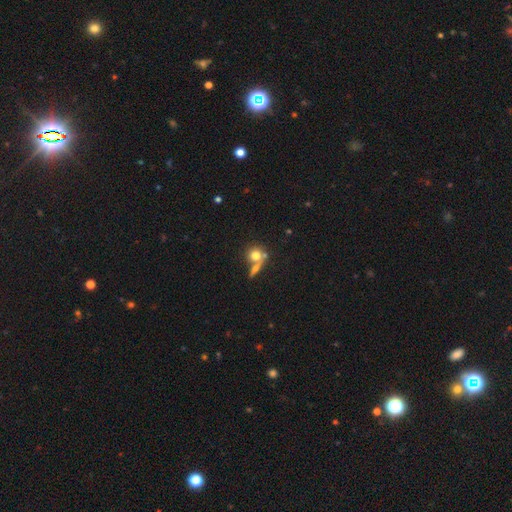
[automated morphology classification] smooth_or_featured: smooth (p=0.72) [alt: featured or disk p=0.18]
how_rounded: round (p=0.82) [alt: in between p=0.15]
merging: none (p=0.45) [alt: merger p=0.39]